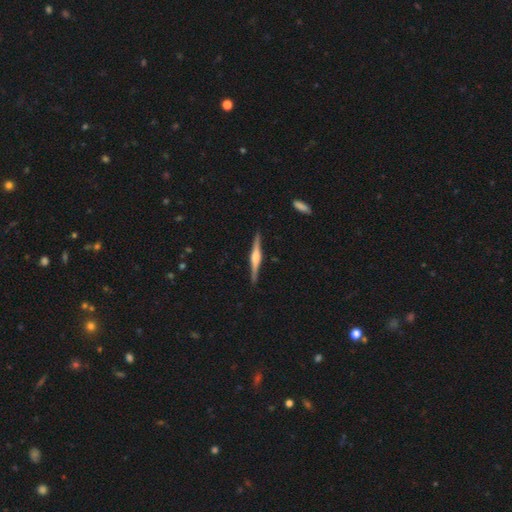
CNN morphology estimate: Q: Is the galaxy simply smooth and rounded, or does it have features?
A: featured or disk — 80%.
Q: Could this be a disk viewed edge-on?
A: yes — 98%.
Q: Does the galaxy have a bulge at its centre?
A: rounded — 68%.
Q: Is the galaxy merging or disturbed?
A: none — 91%.